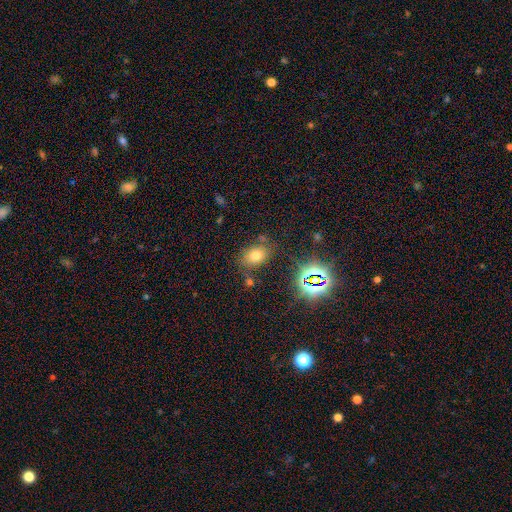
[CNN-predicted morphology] A smooth galaxy with no disk features (66%) that is in between round and cigar-shaped (75%). Merging: none (75%).